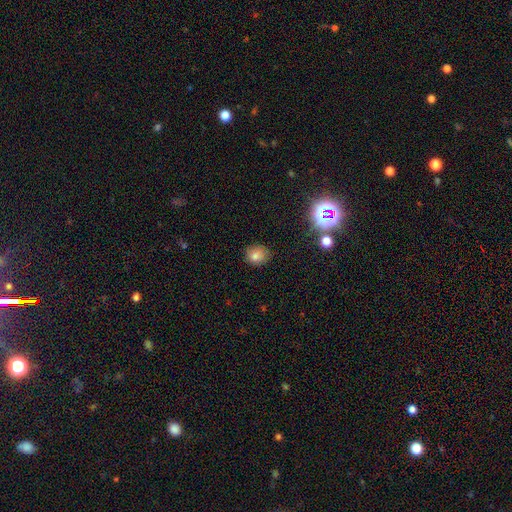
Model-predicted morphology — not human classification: Smooth or featured: smooth — 77% (star or artifact — 15%)
How rounded: round — 72% (in between — 27%)
Merging: none — 84% (minor disturbance — 12%)